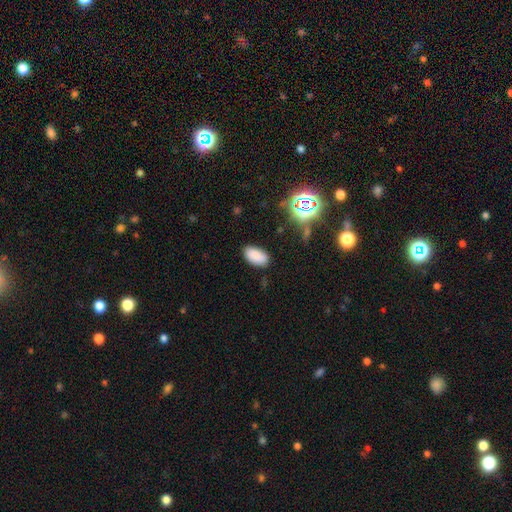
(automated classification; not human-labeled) Smooth or featured? smooth (84%)
How rounded? in between (94%)
Merging? none (84%)